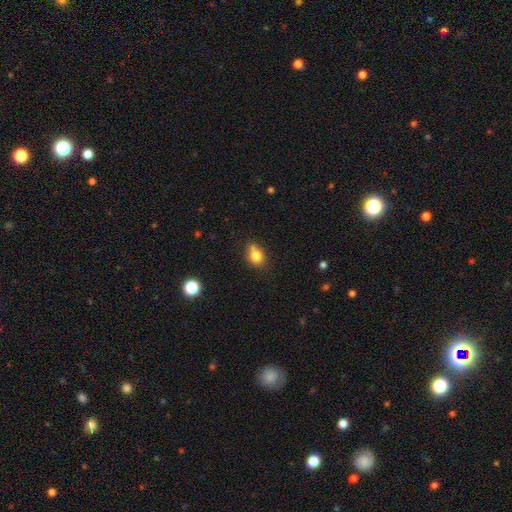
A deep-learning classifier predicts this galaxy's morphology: A smooth galaxy with no disk features (79%) that is round (55%). Merging: none (54%).